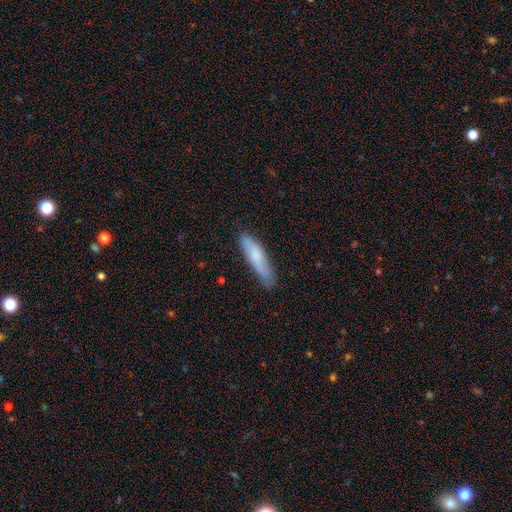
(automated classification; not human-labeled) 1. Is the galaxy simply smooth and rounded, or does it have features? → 70% smooth, 24% featured or disk, 6% star or artifact.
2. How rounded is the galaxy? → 80% cigar-shaped, 18% in between, 1% round.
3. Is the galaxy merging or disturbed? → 79% none, 17% minor disturbance, 3% major disturbance, 1% merger.